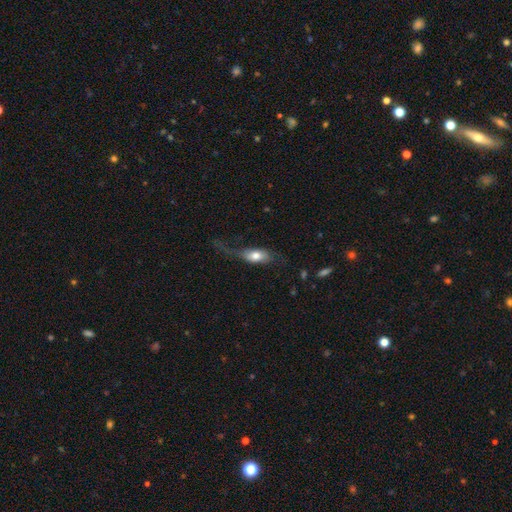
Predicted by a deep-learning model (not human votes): The model was most divided on "merging": major disturbance: 44%, none: 31%, minor disturbance: 22%, merger: 4%. More confident: how rounded — in between (83%); smooth or featured — smooth (64%).